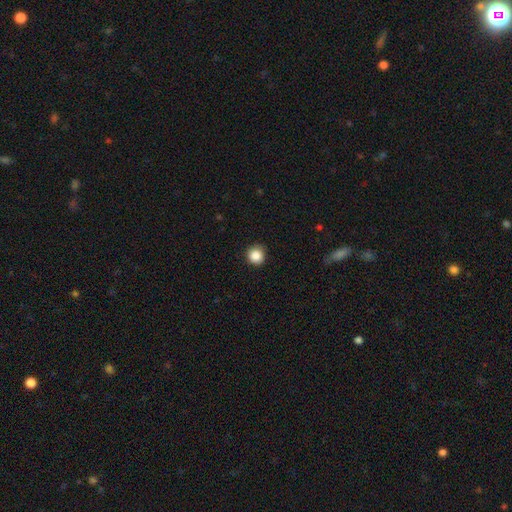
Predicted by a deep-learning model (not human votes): Overall: smooth (86%). How rounded: round (94%). Merging: none (89%).